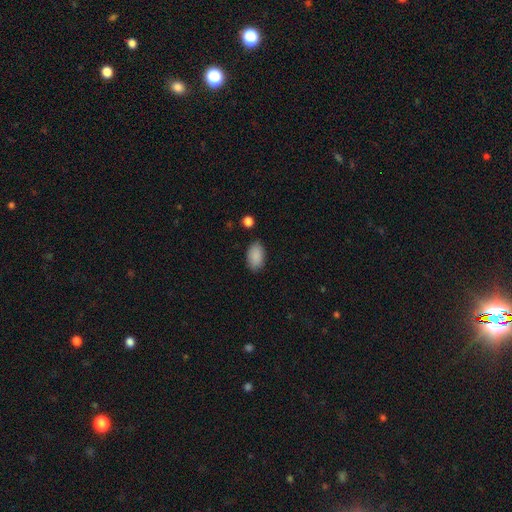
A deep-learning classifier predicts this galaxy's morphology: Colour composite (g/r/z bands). It shows a smooth galaxy with no disk features (89%) that is in between round and cigar-shaped (93%). Merging: none (83%).